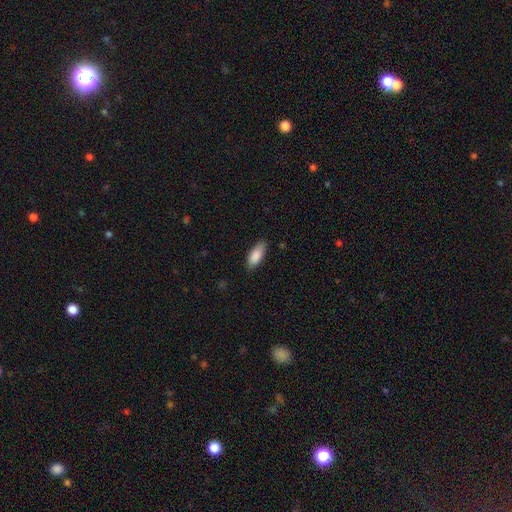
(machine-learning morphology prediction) Overall: smooth (88%). How rounded: in between (82%). Merging: none (81%).